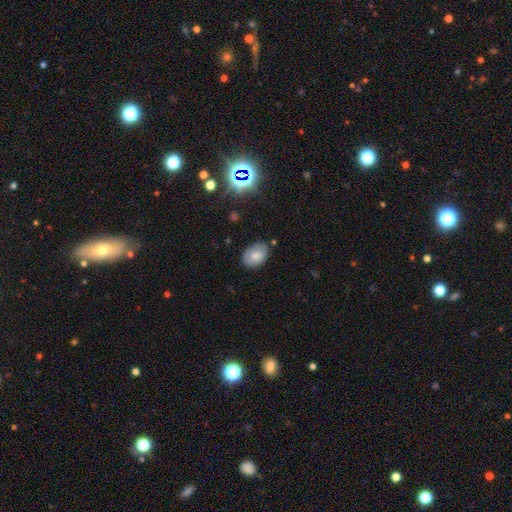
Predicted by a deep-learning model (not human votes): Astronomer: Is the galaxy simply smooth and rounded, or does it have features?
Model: smooth — 71%.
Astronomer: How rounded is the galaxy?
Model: in between — 83%.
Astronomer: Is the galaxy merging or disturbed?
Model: none — 73%.